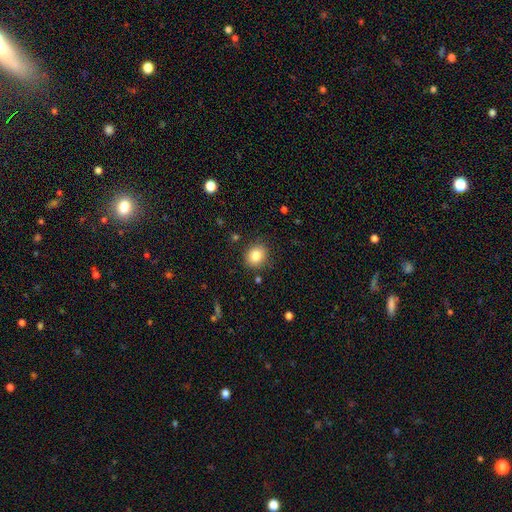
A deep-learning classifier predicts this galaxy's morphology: smooth 82%, star or artifact 10%, featured or disk 8%. Down the decision tree: how rounded — round (73%); merging — none (87%).